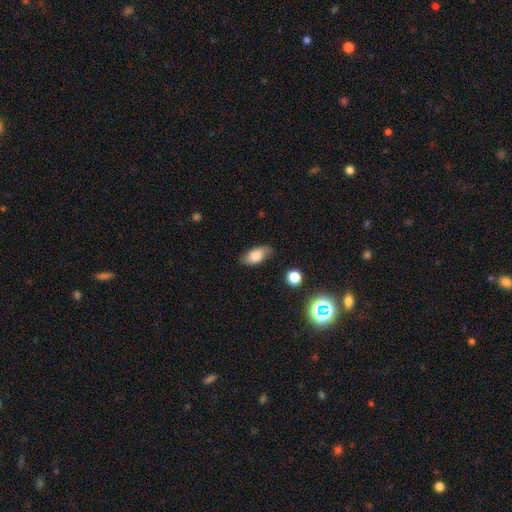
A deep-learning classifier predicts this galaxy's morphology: smooth-or-featured: smooth: 78% | featured or disk: 13% | star or artifact: 9%
  how-rounded: in between: 89% | cigar-shaped: 6% | round: 5%
  merging: none: 77% | minor disturbance: 18% | major disturbance: 4% | merger: 2%